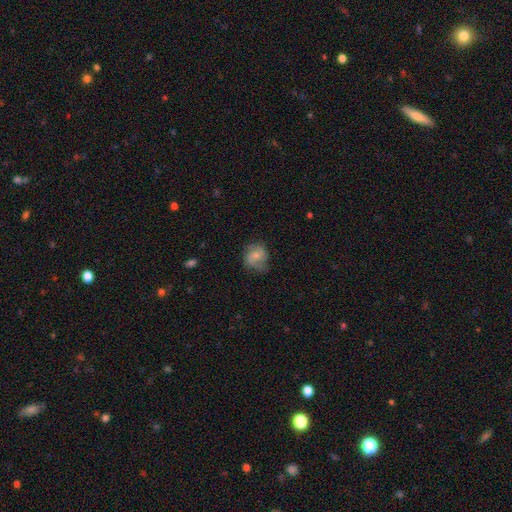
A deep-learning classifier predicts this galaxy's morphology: The model was most divided on "smooth or featured": featured or disk: 47%, smooth: 45%, star or artifact: 8%. More confident: merging — none (64%).